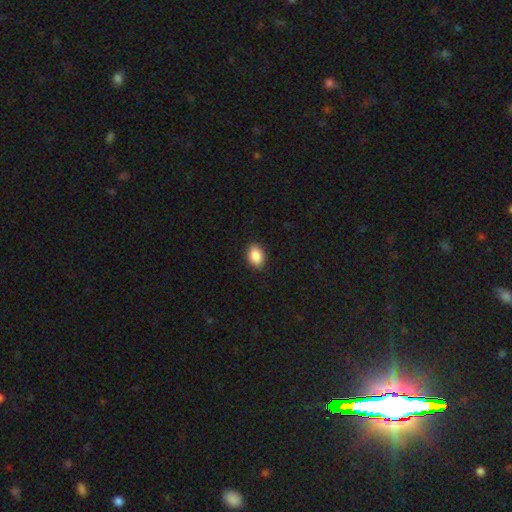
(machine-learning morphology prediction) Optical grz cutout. It shows a smooth galaxy with no disk features (89%) that is in between round and cigar-shaped (80%). Merging: none (88%).